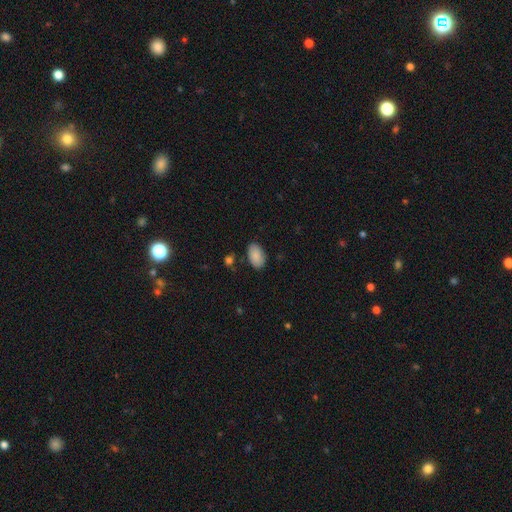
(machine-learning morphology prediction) Smooth or featured?
  - smooth: 88% *
  - star or artifact: 7%
  - featured or disk: 5%
How rounded?
  - in between: 93% *
  - round: 5%
  - cigar-shaped: 1%
Merging?
  - none: 82% *
  - minor disturbance: 13%
  - major disturbance: 3%
  - merger: 3%